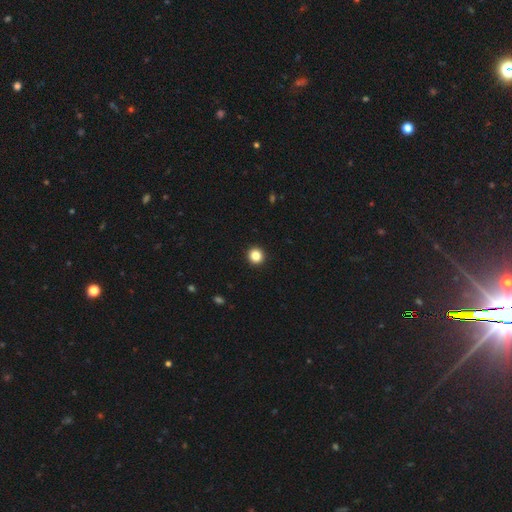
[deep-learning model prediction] A smooth galaxy with no disk features (85%) that is round (94%).

Vote fractions:
- Smooth or featured? smooth: 85% / star or artifact: 11% / featured or disk: 4%
- How rounded? round: 94% / in between: 5% / cigar-shaped: 1%
- Merging? none: 94% / minor disturbance: 4% / major disturbance: 1% / merger: 1%